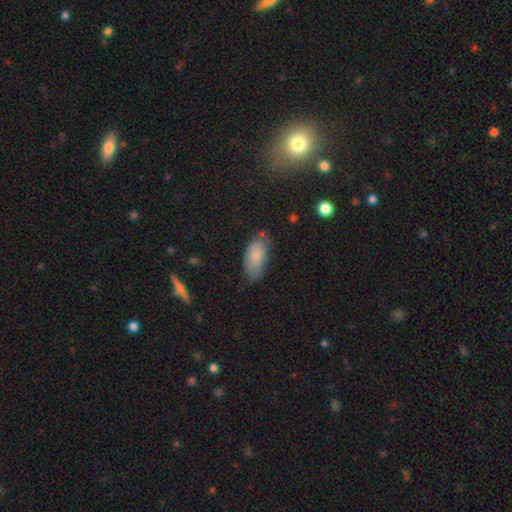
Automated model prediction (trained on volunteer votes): smooth_or_featured: smooth (p=0.80) [alt: featured or disk p=0.13]
how_rounded: in between (p=0.90) [alt: cigar-shaped p=0.08]
merging: none (p=0.66) [alt: minor disturbance p=0.25]